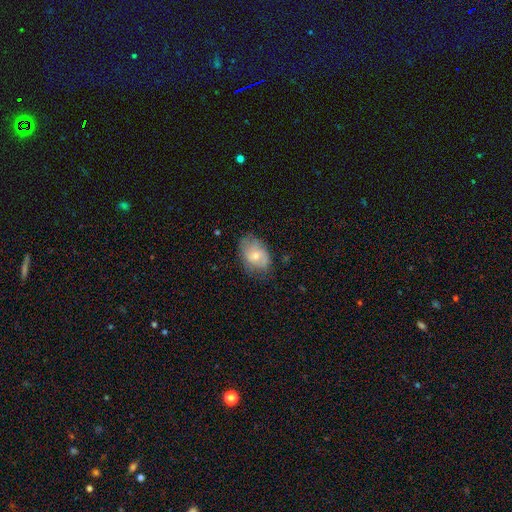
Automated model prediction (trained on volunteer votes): Q: Smooth or featured?
A: smooth (57%); runner-up: featured or disk (36%)
Q: How rounded?
A: in between (79%); runner-up: round (19%)
Q: Merging?
A: none (63%); runner-up: minor disturbance (27%)